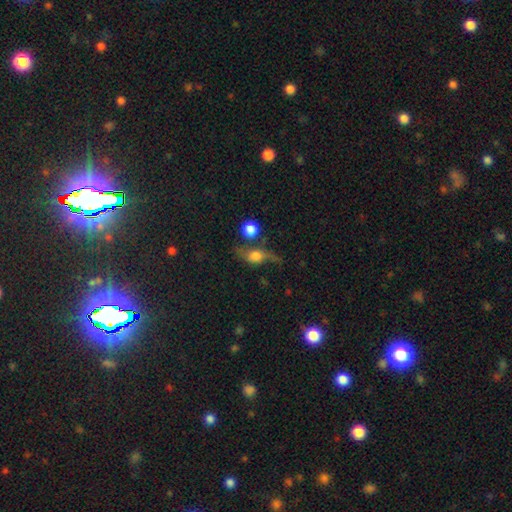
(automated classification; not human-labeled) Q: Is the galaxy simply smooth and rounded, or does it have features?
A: smooth — 44%.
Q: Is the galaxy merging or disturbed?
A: none — 42%.